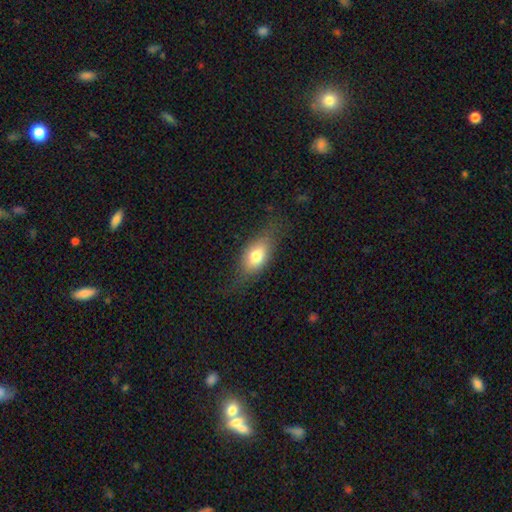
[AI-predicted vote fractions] This appears to be a smooth galaxy with no disk features (69%) that is in between round and cigar-shaped (81%). Merging: none (67%).